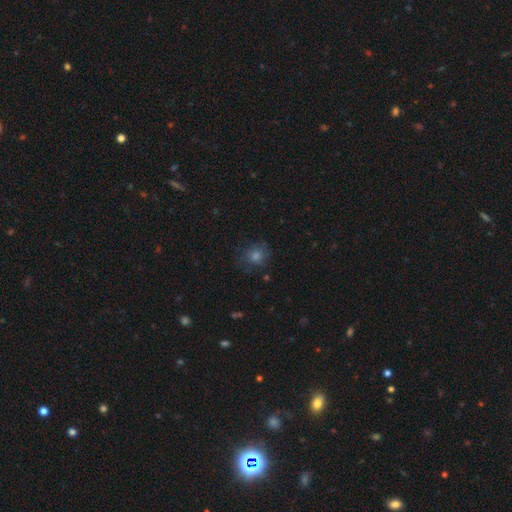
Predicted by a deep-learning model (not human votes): smooth 64%, star or artifact 22%, featured or disk 13%. Down the decision tree: how rounded — round (81%); merging — none (77%).